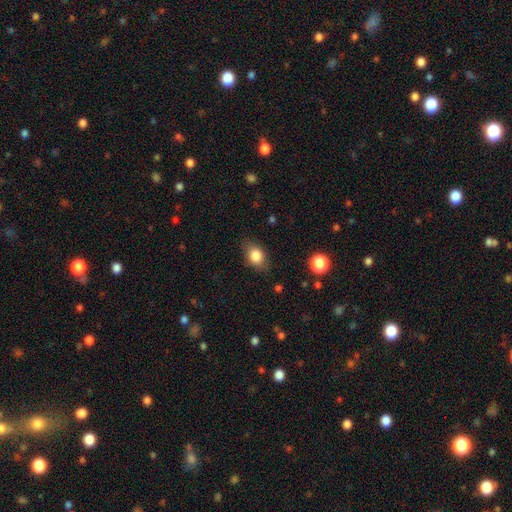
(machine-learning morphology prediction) This appears to be a smooth galaxy with no disk features (82%) that is in between round and cigar-shaped (74%). Merging: none (79%).